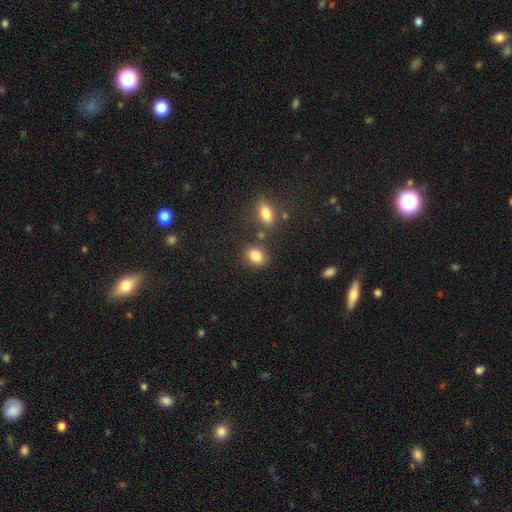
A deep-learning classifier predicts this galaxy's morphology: smooth 85%, star or artifact 9%, featured or disk 6%. Down the decision tree: how rounded — in between (54%); merging — none (71%).